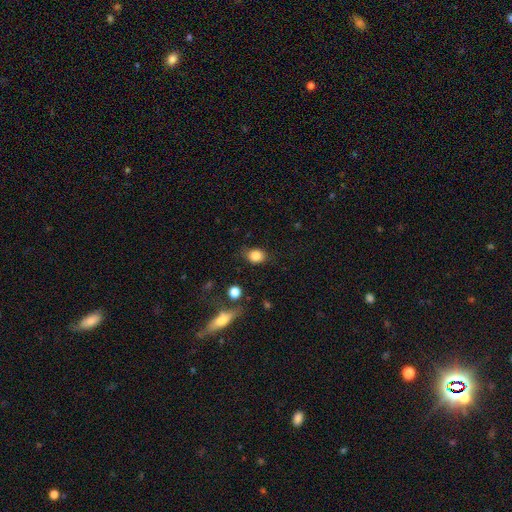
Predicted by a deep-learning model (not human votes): smooth_or_featured: smooth (p=0.84) [alt: star or artifact p=0.10]
how_rounded: in between (p=0.57) [alt: round p=0.41]
merging: none (p=0.77) [alt: minor disturbance p=0.17]